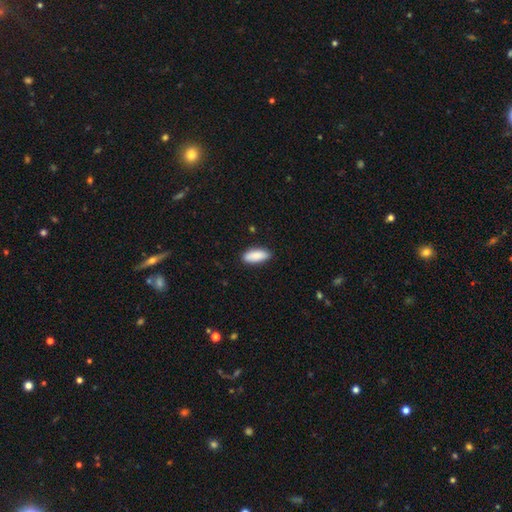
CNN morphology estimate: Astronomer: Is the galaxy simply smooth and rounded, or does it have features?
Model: smooth — 89%.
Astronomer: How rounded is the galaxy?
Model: in between — 81%.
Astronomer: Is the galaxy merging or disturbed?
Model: none — 87%.